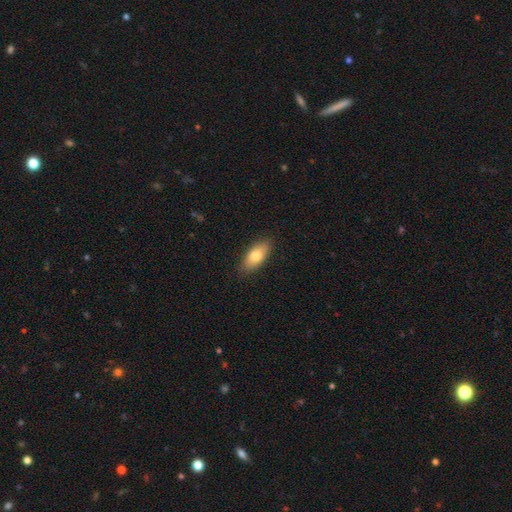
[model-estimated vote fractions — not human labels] A smooth galaxy with no disk features (75%) that is in between round and cigar-shaped (84%). Merging: none (86%).